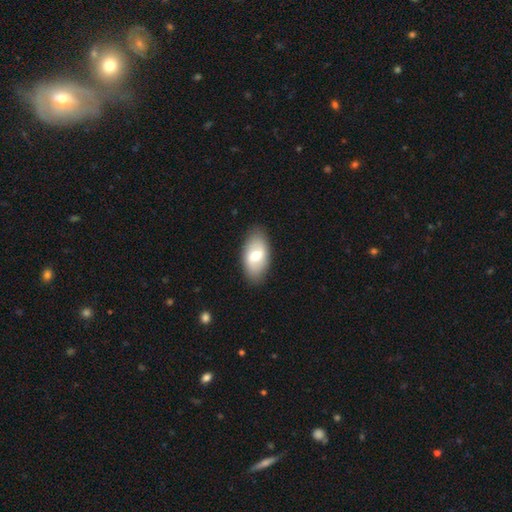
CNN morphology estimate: smooth_or_featured: smooth (p=0.61) [alt: featured or disk p=0.33]
how_rounded: in between (p=0.93) [alt: round p=0.04]
merging: none (p=0.86) [alt: minor disturbance p=0.10]